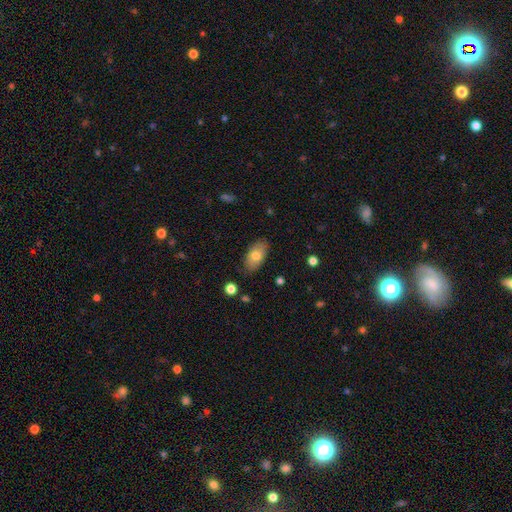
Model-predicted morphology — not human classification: smooth 76%, featured or disk 17%, star or artifact 7%. Down the decision tree: how rounded — in between (92%); merging — none (84%).